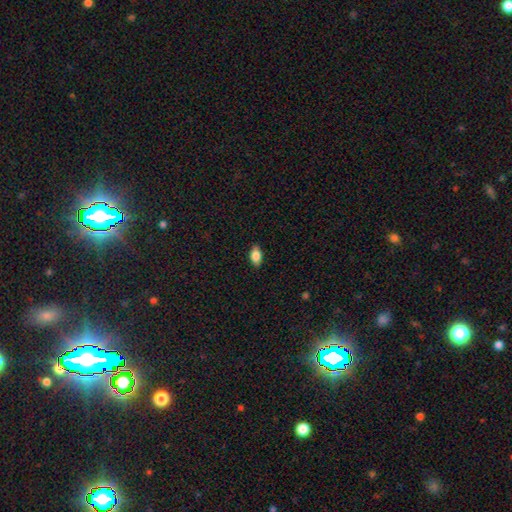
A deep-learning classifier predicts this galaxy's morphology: smooth_or_featured: smooth (p=0.83) [alt: featured or disk p=0.10]
how_rounded: in between (p=0.89) [alt: cigar-shaped p=0.06]
merging: none (p=0.87) [alt: minor disturbance p=0.10]